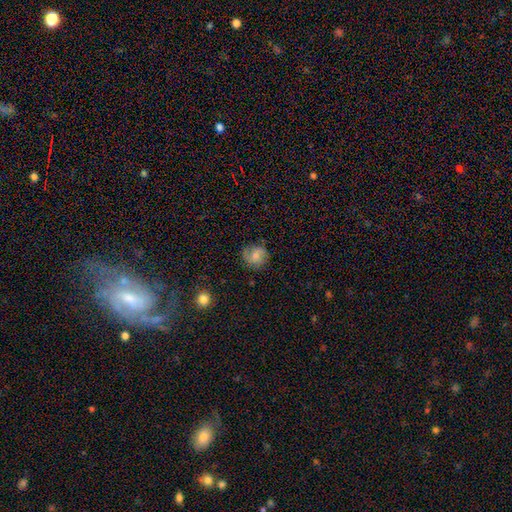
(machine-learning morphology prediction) smooth-or-featured: smooth: 57% | featured or disk: 34% | star or artifact: 9%
  how-rounded: round: 83% | in between: 16% | cigar-shaped: 1%
  merging: none: 74% | minor disturbance: 19% | major disturbance: 6% | merger: 1%